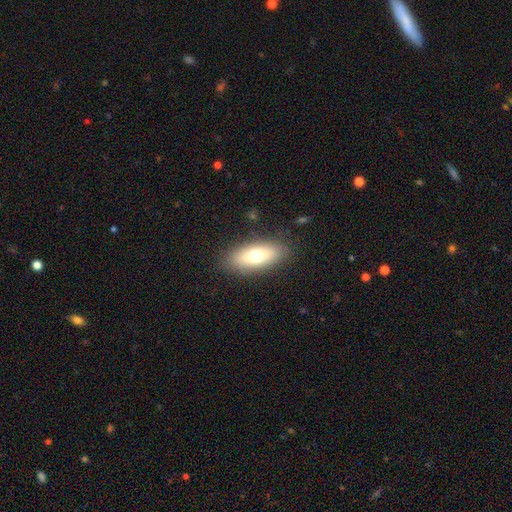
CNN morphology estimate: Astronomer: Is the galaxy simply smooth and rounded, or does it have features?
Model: smooth — 70%.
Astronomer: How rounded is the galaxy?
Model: in between — 79%.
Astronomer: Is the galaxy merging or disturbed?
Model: none — 85%.